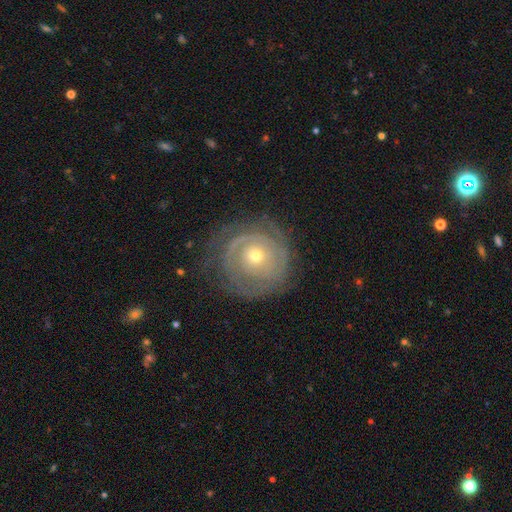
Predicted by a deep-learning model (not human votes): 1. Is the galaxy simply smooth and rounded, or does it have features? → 78% featured or disk, 15% smooth, 7% star or artifact.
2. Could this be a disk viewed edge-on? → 97% no, 3% yes.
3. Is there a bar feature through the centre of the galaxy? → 83% no, 13% weak, 4% strong.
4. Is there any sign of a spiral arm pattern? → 84% yes, 16% no.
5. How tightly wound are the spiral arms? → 77% tight, 17% medium, 6% loose.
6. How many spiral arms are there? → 39% can't tell, 27% 2, 14% 3, 10% 1, 5% 4, 5% more than 4.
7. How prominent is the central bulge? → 56% small, 41% moderate, 2% large, 1% dominant, 1% none.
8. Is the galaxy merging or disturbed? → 72% none, 17% minor disturbance, 9% major disturbance, 1% merger.